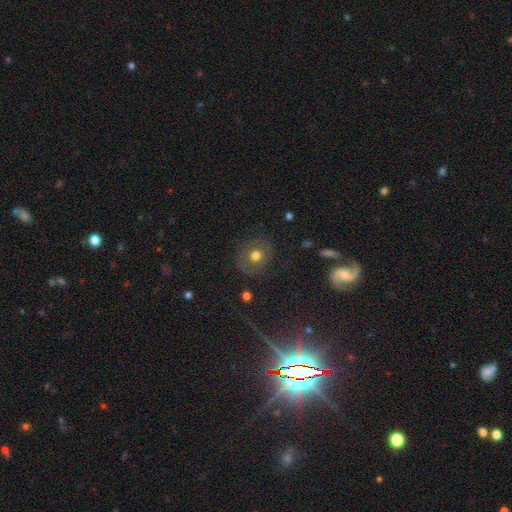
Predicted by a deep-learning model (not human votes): Smooth or featured: smooth — 60% (featured or disk — 26%)
How rounded: round — 79% (in between — 20%)
Merging: none — 83% (minor disturbance — 11%)